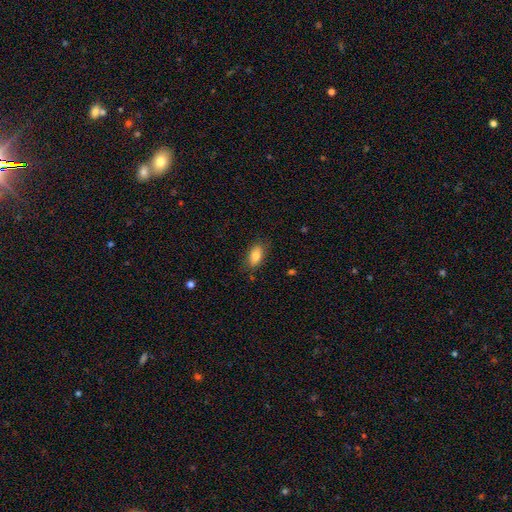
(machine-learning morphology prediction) Smooth or featured? Predicted: smooth (p=0.85). How rounded? Predicted: in between (p=0.89). Merging? Predicted: none (p=0.80).